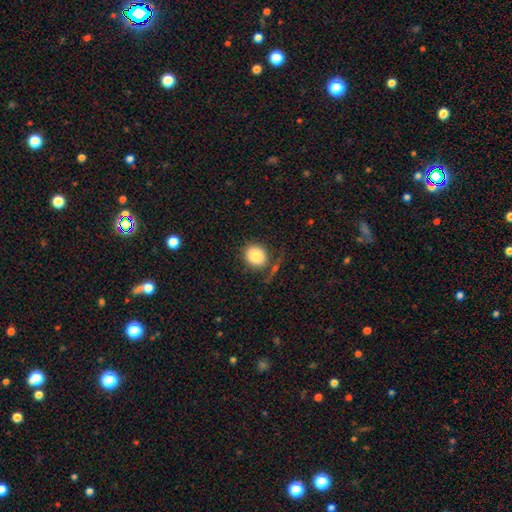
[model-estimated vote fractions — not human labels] Morphology: type=smooth (82%); roundness=round (82%); merging=none (68%).